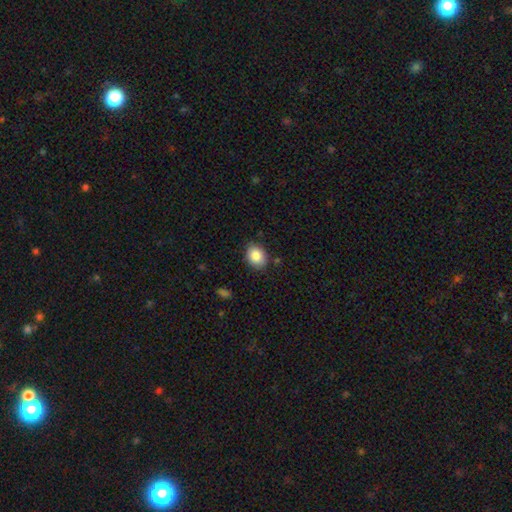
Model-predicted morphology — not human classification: Q: Smooth or featured?
A: smooth (86%); runner-up: star or artifact (8%)
Q: How rounded?
A: in between (62%); runner-up: round (37%)
Q: Merging?
A: none (84%); runner-up: minor disturbance (12%)